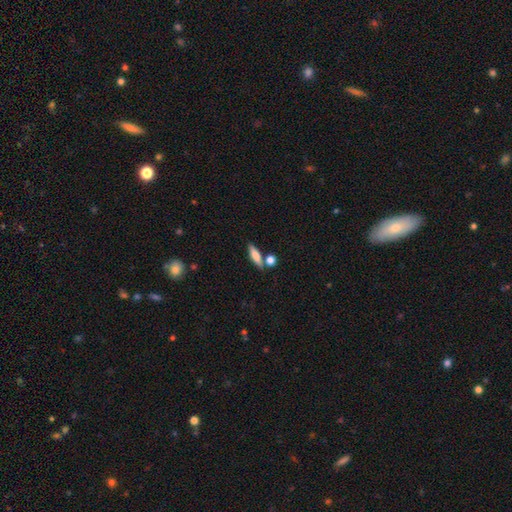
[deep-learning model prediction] The model was most divided on "how rounded": cigar-shaped: 55%, in between: 41%, round: 5%. More confident: smooth or featured — smooth (72%); merging — none (70%).